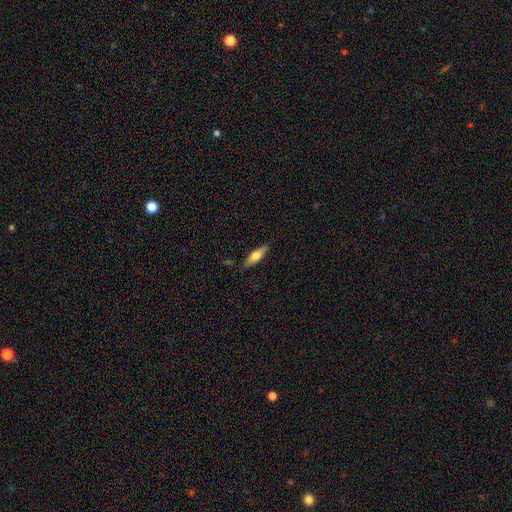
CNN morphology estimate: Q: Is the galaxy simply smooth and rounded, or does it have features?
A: smooth — 60%.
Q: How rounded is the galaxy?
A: cigar-shaped — 51%.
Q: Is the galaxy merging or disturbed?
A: none — 84%.